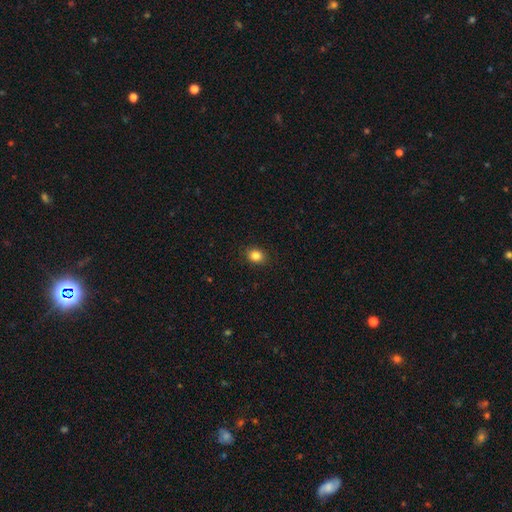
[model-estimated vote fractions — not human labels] smooth_or_featured: smooth (p=0.85) [alt: star or artifact p=0.10]
how_rounded: in between (p=0.50) [alt: round p=0.49]
merging: none (p=0.90) [alt: minor disturbance p=0.07]